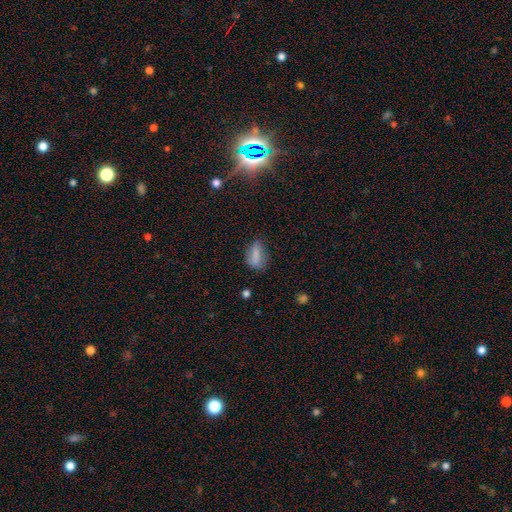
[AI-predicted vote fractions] This appears to be a smooth galaxy with no disk features (72%) that is in between round and cigar-shaped (74%). Merging: none (57%).